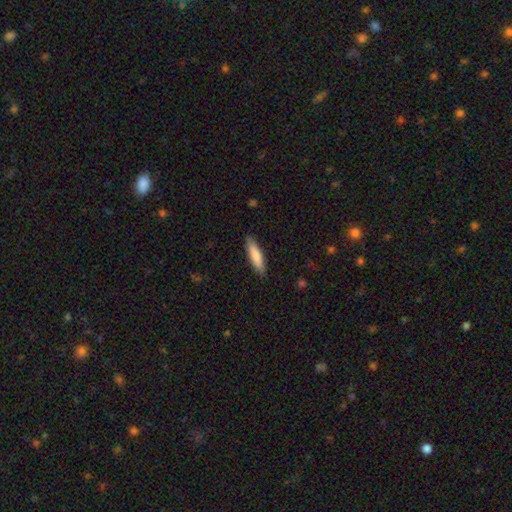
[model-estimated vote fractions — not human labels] A smooth galaxy with no disk features (80%) that is cigar-shaped (75%). Merging: none (88%).